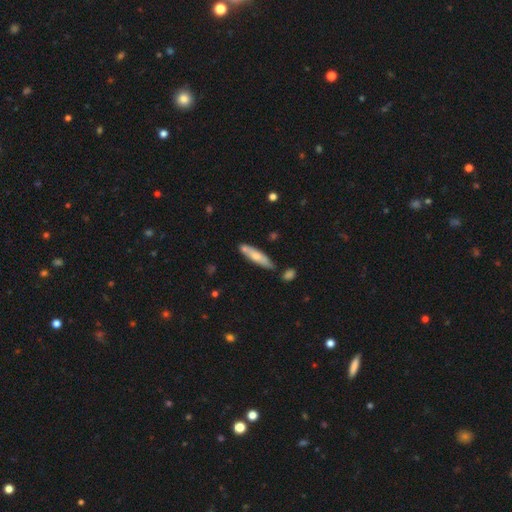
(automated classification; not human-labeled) A smooth galaxy with no disk features (61%) that is cigar-shaped (79%). Merging: none (74%).